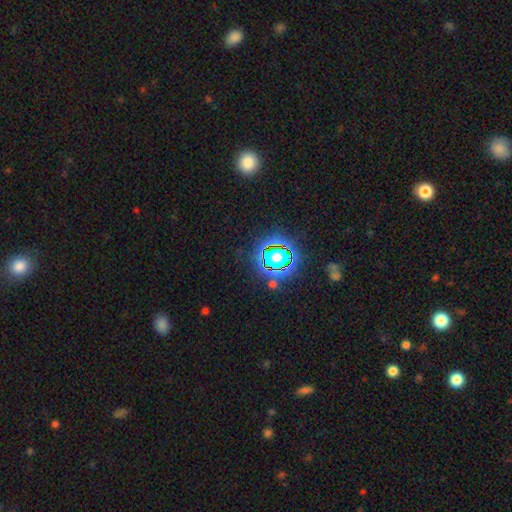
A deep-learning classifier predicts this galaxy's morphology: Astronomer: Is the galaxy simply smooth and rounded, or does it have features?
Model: star or artifact — 79%.